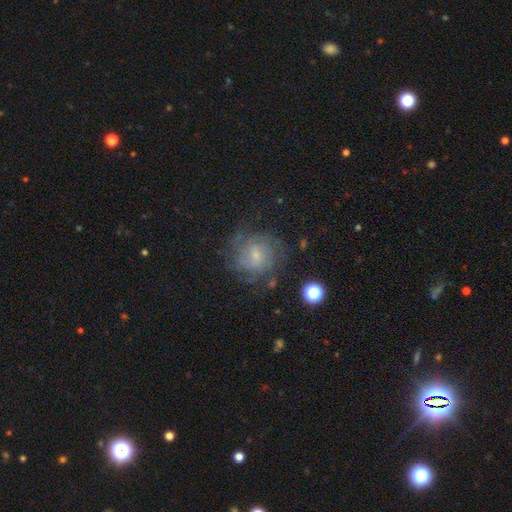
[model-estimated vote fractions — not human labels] Q: Smooth or featured?
A: featured or disk (65%); runner-up: smooth (24%)
Q: Edge-on disk?
A: no (97%); runner-up: yes (3%)
Q: Bar?
A: weak (47%); runner-up: no (45%)
Q: Spiral arms?
A: yes (84%); runner-up: no (16%)
Q: Spiral winding?
A: tight (53%); runner-up: medium (35%)
Q: Spiral arm count?
A: can't tell (53%); runner-up: 2 (14%)
Q: Bulge size?
A: small (59%); runner-up: moderate (27%)
Q: Merging?
A: none (66%); runner-up: minor disturbance (19%)